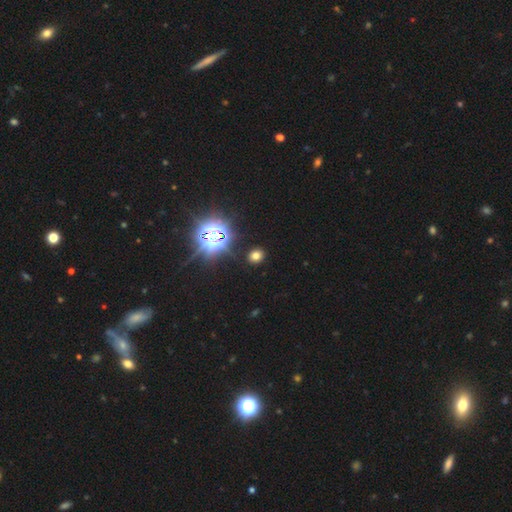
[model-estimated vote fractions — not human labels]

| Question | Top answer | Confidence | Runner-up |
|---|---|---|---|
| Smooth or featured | smooth | 67% | star or artifact (26%) |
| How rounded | round | 64% | in between (34%) |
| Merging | none | 88% | minor disturbance (7%) |